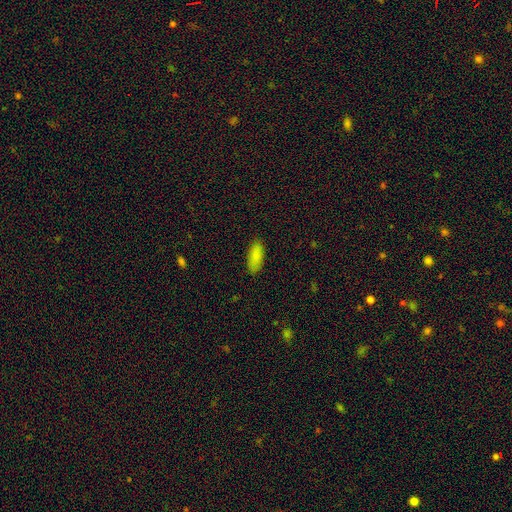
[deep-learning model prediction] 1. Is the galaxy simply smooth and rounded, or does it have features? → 86% smooth, 7% star or artifact, 6% featured or disk.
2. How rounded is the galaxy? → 80% in between, 18% cigar-shaped, 2% round.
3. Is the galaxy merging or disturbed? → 87% none, 10% minor disturbance, 2% major disturbance, 1% merger.